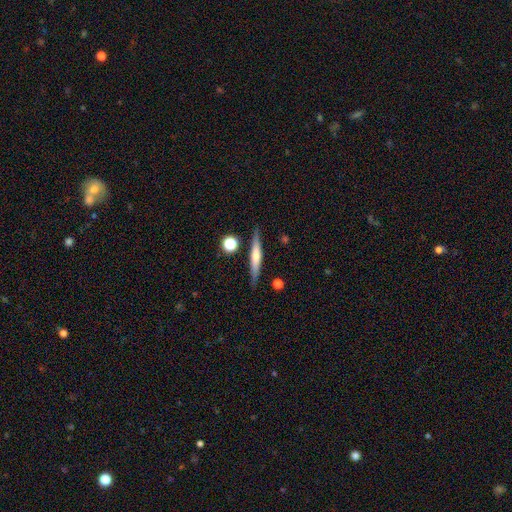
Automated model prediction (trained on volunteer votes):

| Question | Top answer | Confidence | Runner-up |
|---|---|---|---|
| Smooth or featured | featured or disk | 48% | smooth (45%) |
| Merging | none | 85% | minor disturbance (9%) |